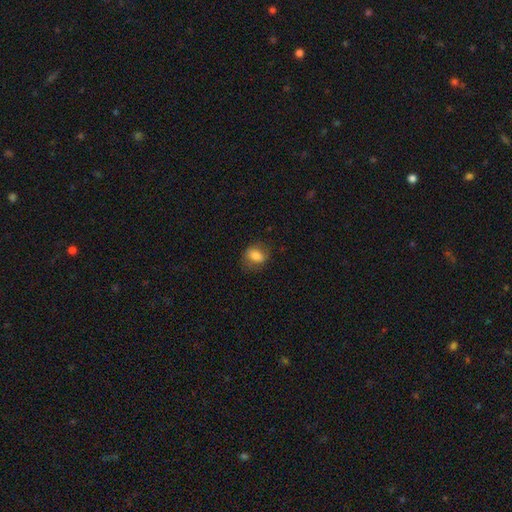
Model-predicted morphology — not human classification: Smooth or featured: smooth — 75% (featured or disk — 16%)
How rounded: in between — 71% (round — 27%)
Merging: none — 71% (minor disturbance — 19%)